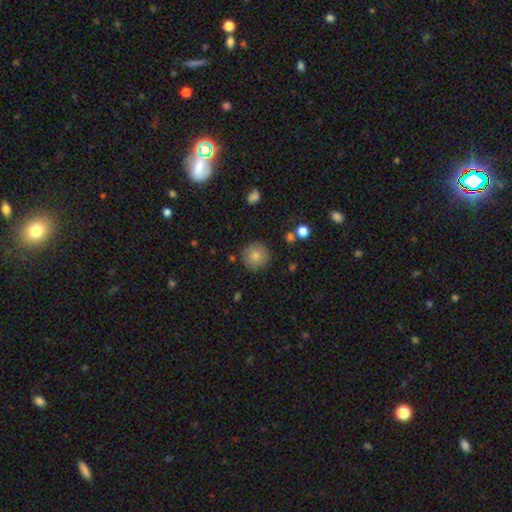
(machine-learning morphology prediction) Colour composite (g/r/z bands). It shows a smooth galaxy with no disk features (81%) that is round (95%). Merging: none (88%).